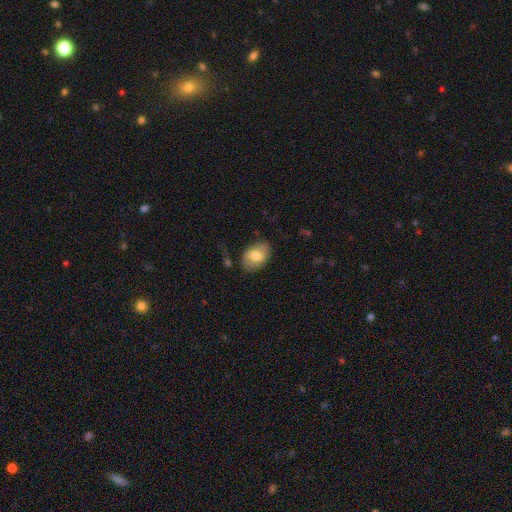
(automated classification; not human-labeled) smooth 76%, featured or disk 17%, star or artifact 7%. Down the decision tree: how rounded — in between (85%); merging — none (78%).